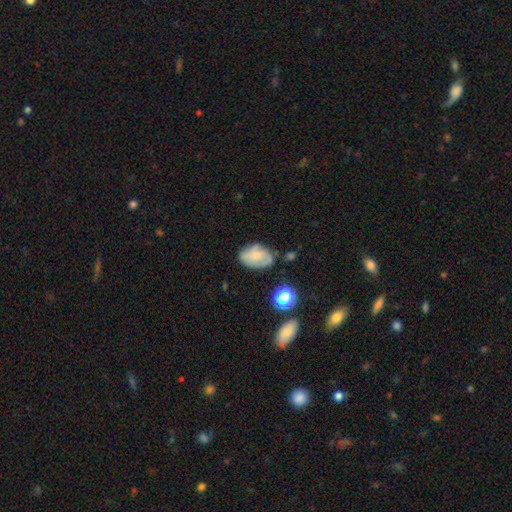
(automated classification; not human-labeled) smooth_or_featured: smooth (p=0.59) [alt: featured or disk p=0.31]
how_rounded: in between (p=0.84) [alt: round p=0.15]
merging: none (p=0.56) [alt: minor disturbance p=0.29]